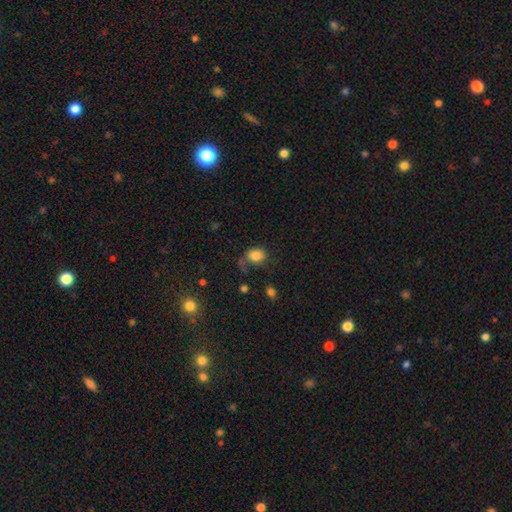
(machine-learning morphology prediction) Overall: smooth (82%). How rounded: round (53%; in between 46%). Merging: none (58%; minor disturbance 23%).